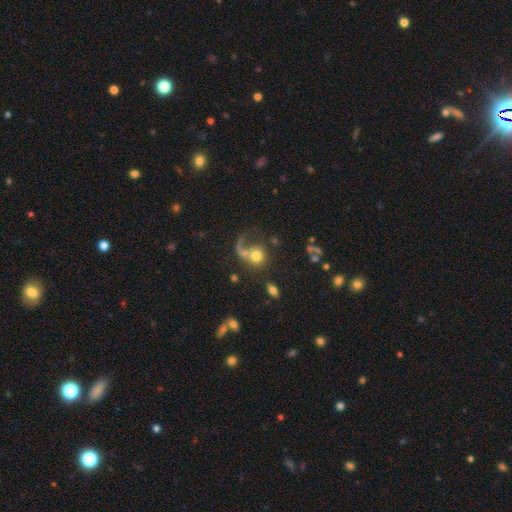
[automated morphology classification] Q: Smooth or featured?
A: smooth (54%); runner-up: featured or disk (35%)
Q: How rounded?
A: round (75%); runner-up: in between (23%)
Q: Merging?
A: major disturbance (40%); runner-up: none (29%)